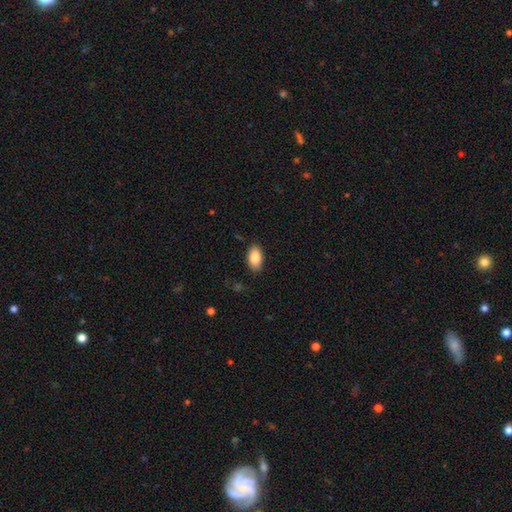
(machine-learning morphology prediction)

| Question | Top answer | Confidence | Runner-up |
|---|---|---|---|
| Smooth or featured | smooth | 85% | featured or disk (8%) |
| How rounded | in between | 93% | round (5%) |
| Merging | none | 87% | minor disturbance (10%) |